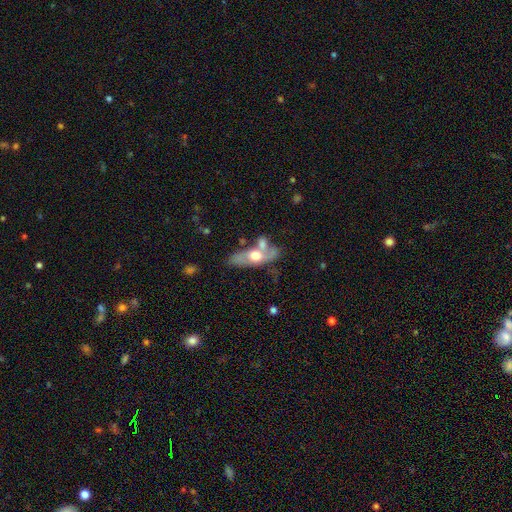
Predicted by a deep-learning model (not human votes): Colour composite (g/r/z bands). It shows a featured or disk galaxy (55%). Merging: none (42%).